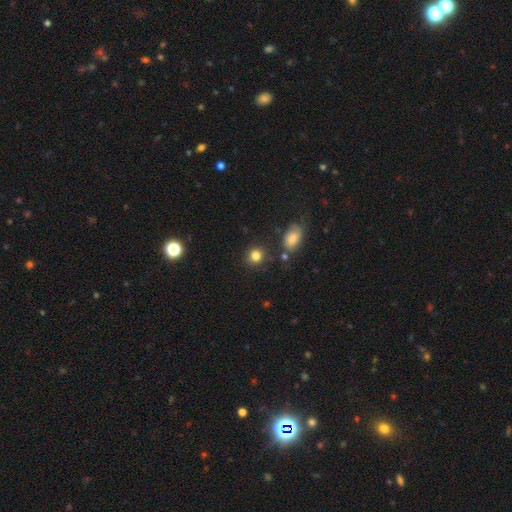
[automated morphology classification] A smooth galaxy with no disk features (82%) that is round (81%).

Vote fractions:
- Smooth or featured? smooth: 82% / star or artifact: 12% / featured or disk: 6%
- How rounded? round: 81% / in between: 17% / cigar-shaped: 1%
- Merging? none: 81% / minor disturbance: 10% / merger: 6% / major disturbance: 3%